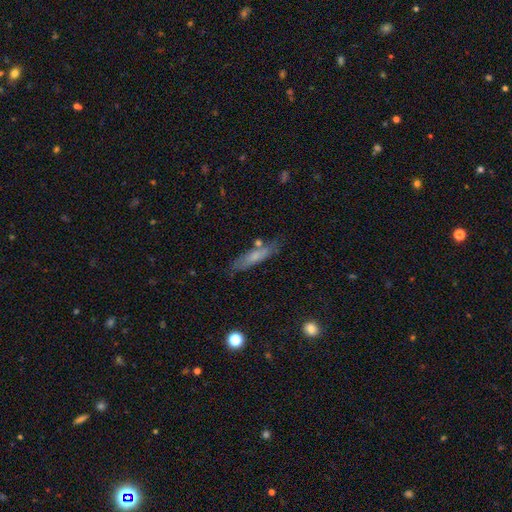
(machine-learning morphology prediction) A smooth galaxy with no disk features (63%) that is cigar-shaped (81%). Merging: none (74%).